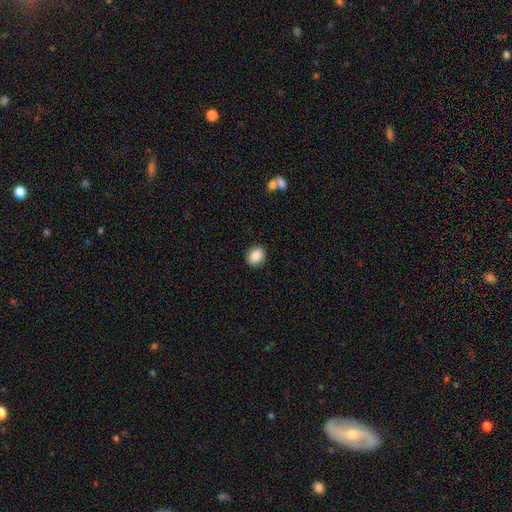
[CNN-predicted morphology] This is clearly a smooth galaxy (87%). How rounded: possibly round (57%). Merging: clearly none (90%).